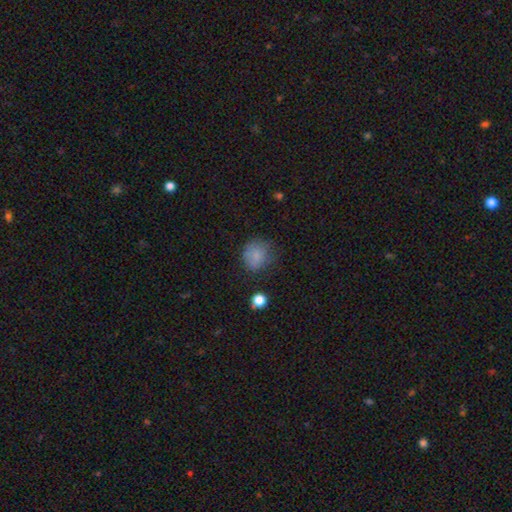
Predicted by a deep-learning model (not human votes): smooth 77%, star or artifact 12%, featured or disk 11%. Down the decision tree: how rounded — round (78%); merging — none (63%).